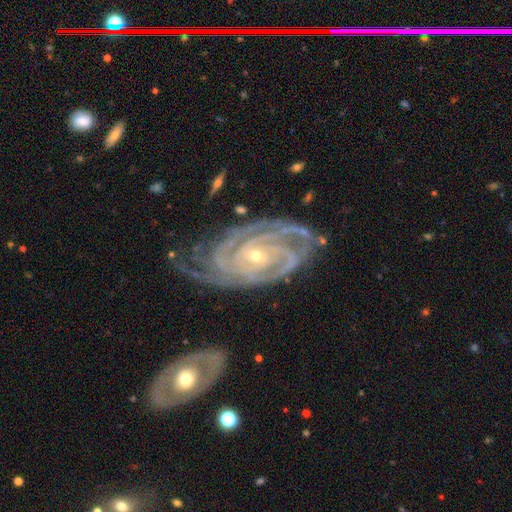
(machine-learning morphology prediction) smooth_or_featured: featured or disk (p=0.93) [alt: star or artifact p=0.05]
disk_edge_on: no (p=0.97) [alt: yes p=0.03]
bar: no (p=0.61) [alt: weak p=0.24]
has_spiral_arms: yes (p=0.99) [alt: no p=0.01]
spiral_winding: tight (p=0.82) [alt: medium p=0.16]
spiral_arm_count: 3 (p=0.29) [alt: 4 p=0.24]
bulge_size: small (p=0.74) [alt: moderate p=0.23]
merging: none (p=0.67) [alt: minor disturbance p=0.22]